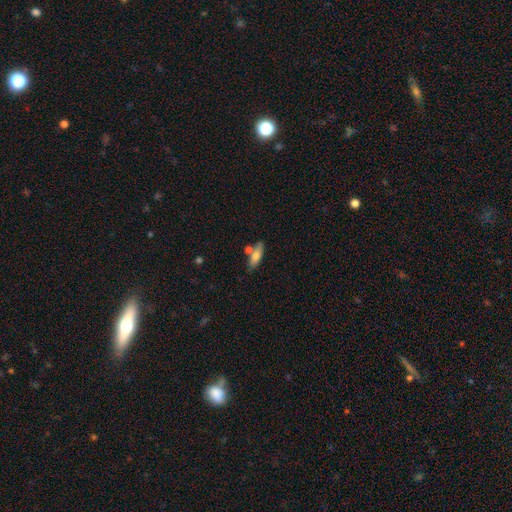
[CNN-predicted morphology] Smooth or featured? Predicted: smooth (p=0.69). How rounded? Predicted: in between (p=0.56). Merging? Predicted: none (p=0.64).